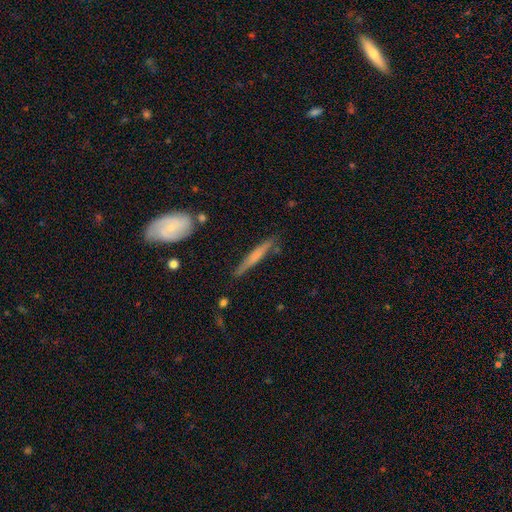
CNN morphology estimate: featured or disk 50%, smooth 44%, star or artifact 6%. Down the decision tree: edge-on disk — yes (92%); merging — none (78%).